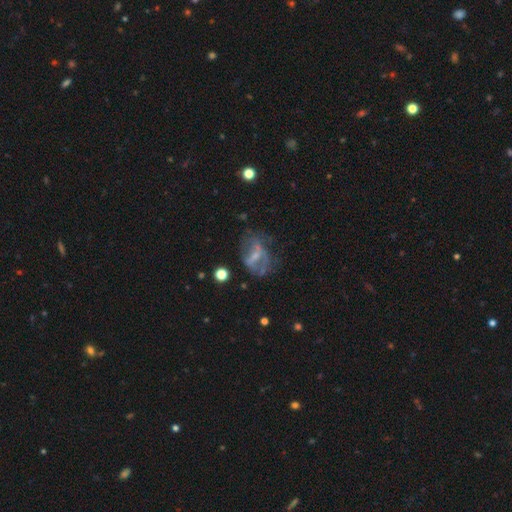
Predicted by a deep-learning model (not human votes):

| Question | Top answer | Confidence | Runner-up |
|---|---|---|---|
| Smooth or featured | featured or disk | 58% | smooth (29%) |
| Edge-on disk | no | 95% | yes (5%) |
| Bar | no | 42% | weak (38%) |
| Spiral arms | no | 65% | yes (35%) |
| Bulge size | small | 49% | none (28%) |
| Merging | none | 38% | major disturbance (34%) |